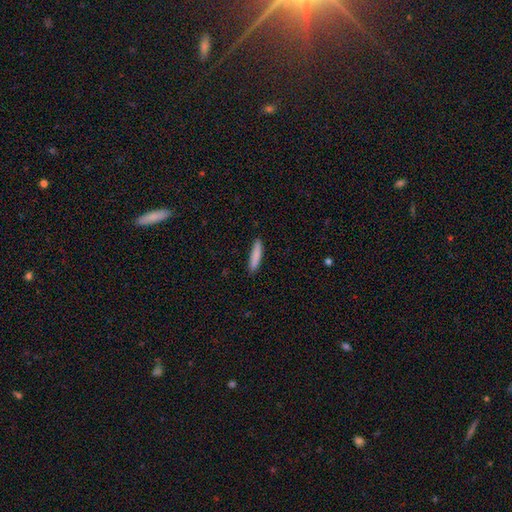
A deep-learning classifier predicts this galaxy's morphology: The model was most divided on "how rounded": cigar-shaped: 87%, in between: 12%, round: 1%. More confident: merging — none (89%); smooth or featured — smooth (85%).